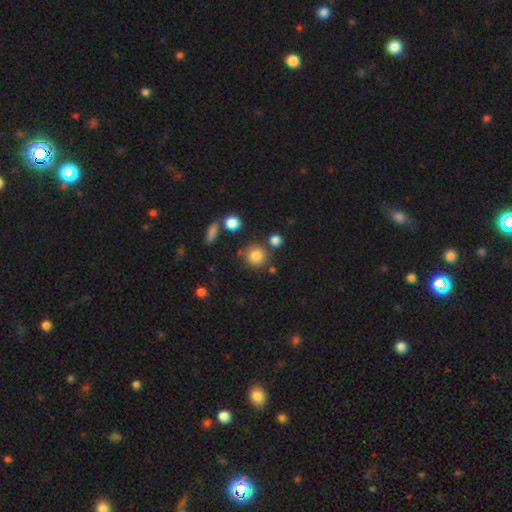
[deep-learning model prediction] Smooth or featured? Predicted: smooth (p=0.82). How rounded? Predicted: round (p=0.90). Merging? Predicted: none (p=0.77).